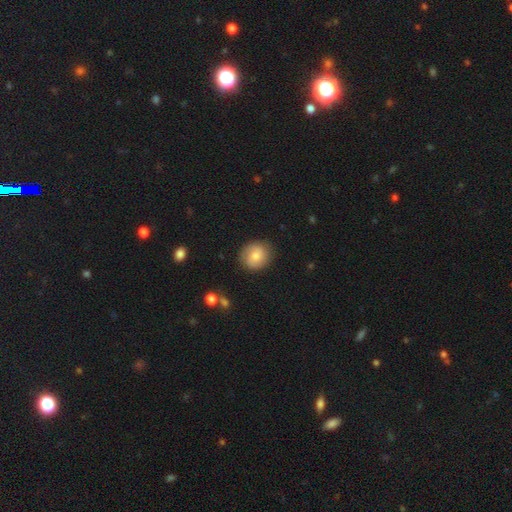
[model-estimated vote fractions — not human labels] Overall: smooth (70%). How rounded: round (80%). Merging: none (83%).